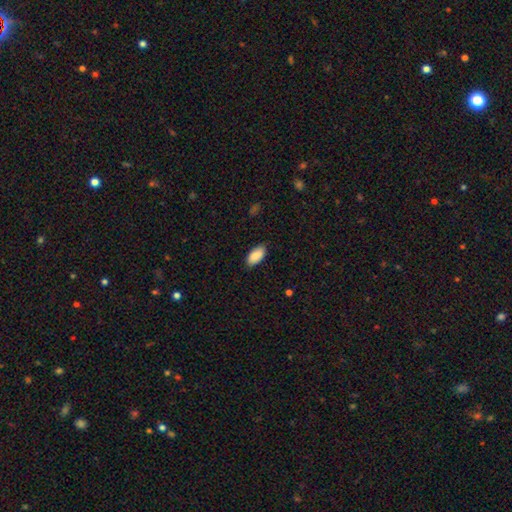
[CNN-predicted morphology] Overall: smooth (90%). How rounded: in between (94%). Merging: none (85%).